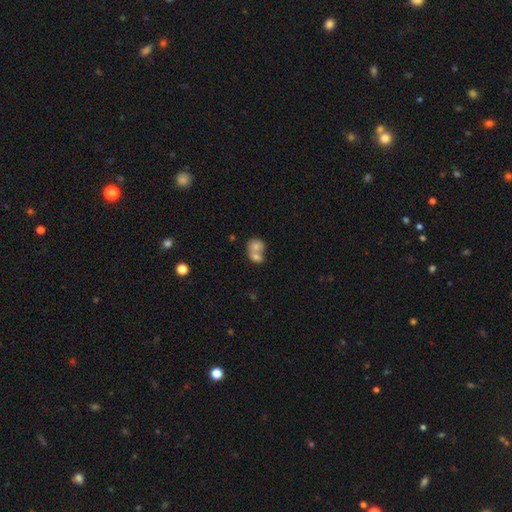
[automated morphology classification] Q: Smooth or featured?
A: smooth (72%); runner-up: featured or disk (19%)
Q: How rounded?
A: round (58%); runner-up: in between (41%)
Q: Merging?
A: merger (69%); runner-up: none (21%)